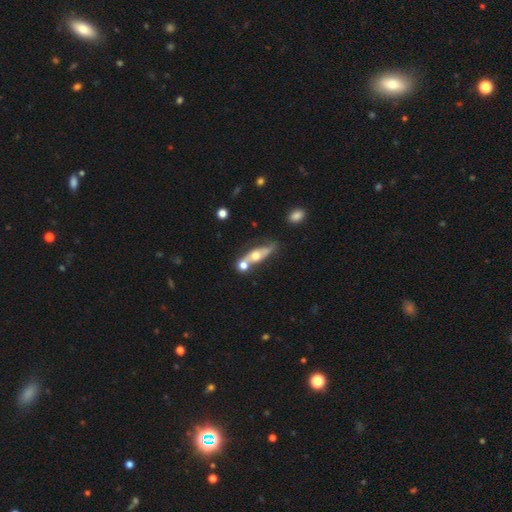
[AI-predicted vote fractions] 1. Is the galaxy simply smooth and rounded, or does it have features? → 52% featured or disk, 41% smooth, 7% star or artifact.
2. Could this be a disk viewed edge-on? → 56% yes, 44% no.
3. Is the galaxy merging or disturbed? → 47% none, 33% merger, 15% minor disturbance, 6% major disturbance.